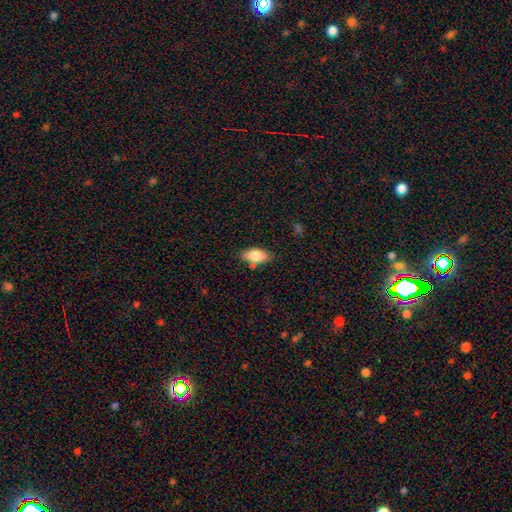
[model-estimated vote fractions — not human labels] Overall: smooth (79%). How rounded: in between (87%). Merging: none (76%).